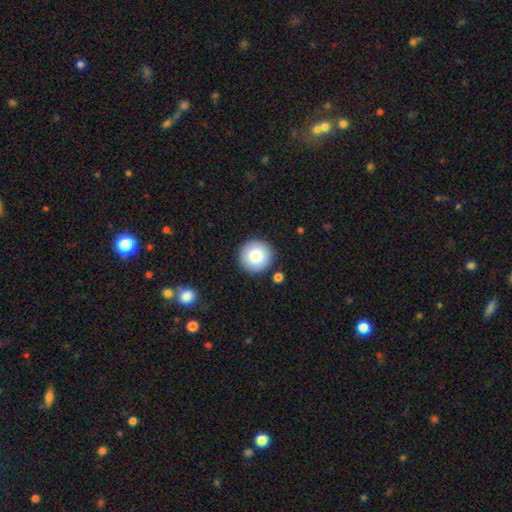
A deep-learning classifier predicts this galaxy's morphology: The model was most divided on "smooth or featured": smooth: 82%, featured or disk: 10%, star or artifact: 8%. More confident: how rounded — round (96%); merging — none (90%).